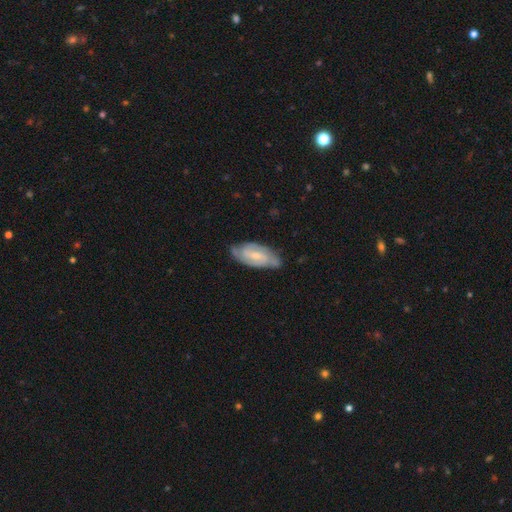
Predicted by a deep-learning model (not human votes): Overall: featured or disk (76%). Edge-on disk: no (94%). Bar: weak (51%; no 30%). Spiral arms: yes (94%). Spiral arm count: 2 (68%). Spiral winding: tight (48%; medium 42%). Bulge size: small (56%; moderate 34%). Merging: none (72%).